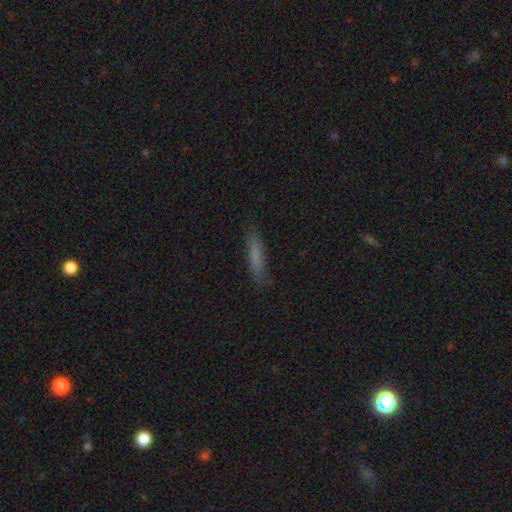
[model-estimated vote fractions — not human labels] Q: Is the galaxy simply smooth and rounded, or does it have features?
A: smooth — 75%.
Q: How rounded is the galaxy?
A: cigar-shaped — 88%.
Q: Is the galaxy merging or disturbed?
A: none — 82%.